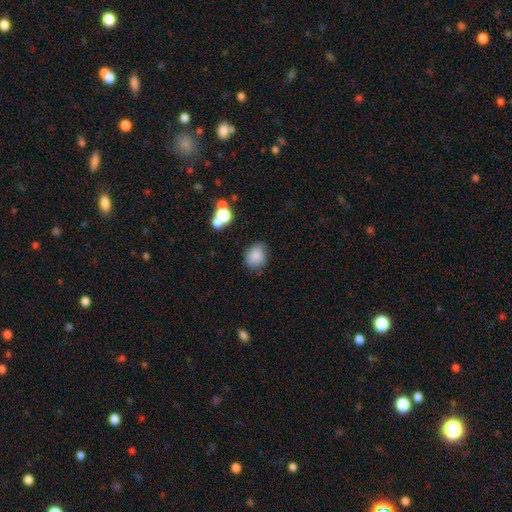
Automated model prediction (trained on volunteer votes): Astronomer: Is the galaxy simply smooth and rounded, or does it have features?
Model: smooth — 81%.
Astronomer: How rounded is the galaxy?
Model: round — 57% (runner-up: in between, 42%).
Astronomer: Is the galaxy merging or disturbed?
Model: none — 59%.